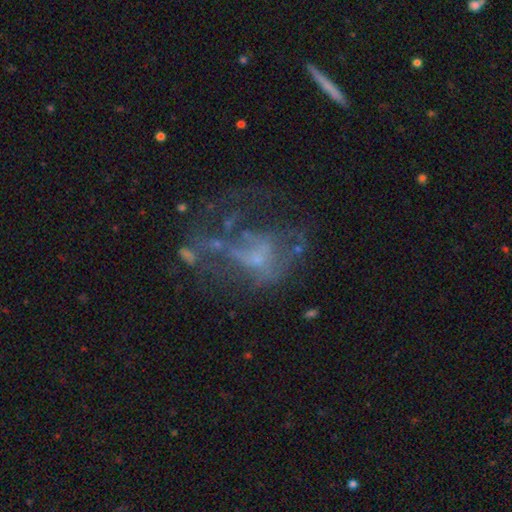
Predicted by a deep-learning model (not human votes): Smooth or featured? Predicted: featured or disk (p=0.60). Edge-on disk? Predicted: no (p=0.97). Bar? Predicted: no (p=0.81). Spiral arms? Predicted: no (p=0.77). Bulge size? Predicted: none (p=0.49). Merging? Predicted: major disturbance (p=0.44).